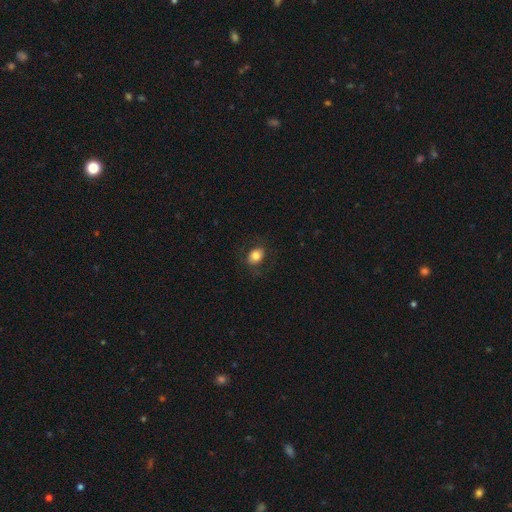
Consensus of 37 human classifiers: Smooth or featured: smooth — 92% (star or artifact — 5%)
How rounded: in between — 53% (round — 47%)
Merging: none — 91% (minor disturbance — 9%)